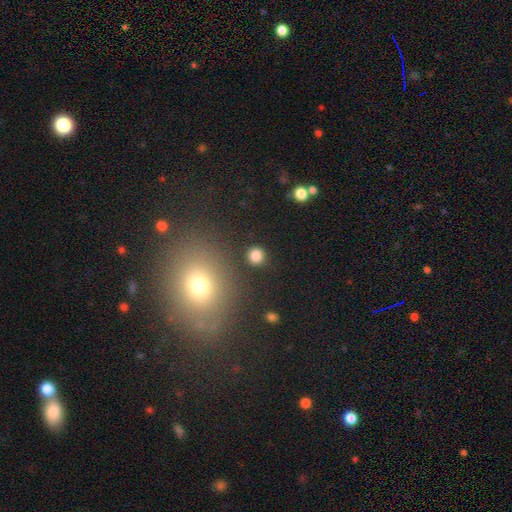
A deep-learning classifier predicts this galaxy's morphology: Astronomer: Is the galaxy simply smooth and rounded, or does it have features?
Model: smooth — 84%.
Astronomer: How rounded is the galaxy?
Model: round — 91%.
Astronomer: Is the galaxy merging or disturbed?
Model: none — 89%.